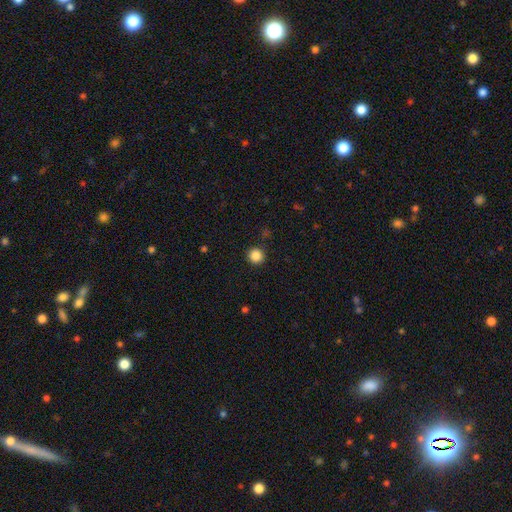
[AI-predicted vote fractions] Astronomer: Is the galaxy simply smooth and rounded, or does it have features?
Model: smooth — 86%.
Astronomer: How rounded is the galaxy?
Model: round — 95%.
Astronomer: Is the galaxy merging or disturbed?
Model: none — 91%.